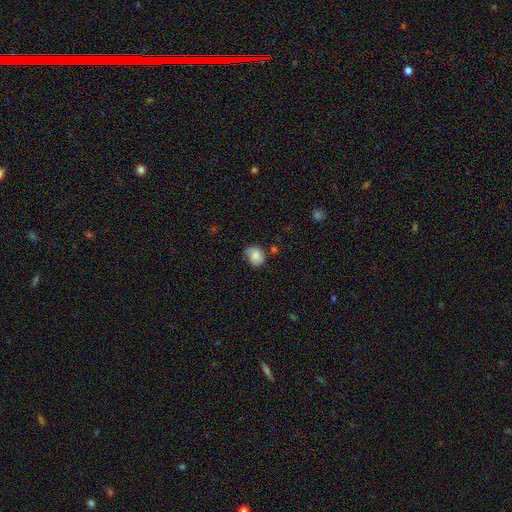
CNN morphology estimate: Smooth or featured? smooth (76%)
How rounded? round (56%)
Merging? none (51%)